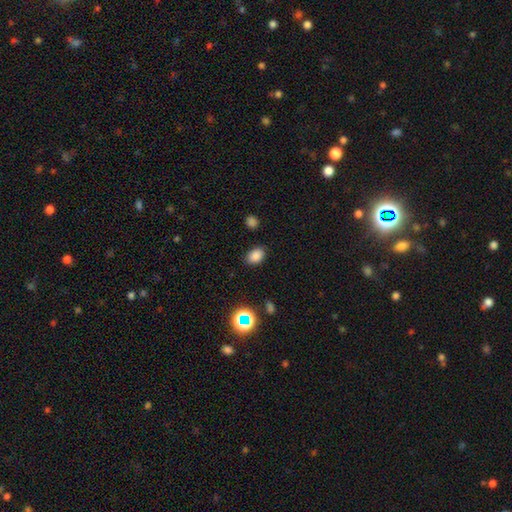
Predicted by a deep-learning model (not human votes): A smooth galaxy with no disk features (82%) that is in between round and cigar-shaped (76%).

Vote fractions:
- Smooth or featured? smooth: 82% / star or artifact: 13% / featured or disk: 4%
- How rounded? in between: 76% / round: 23% / cigar-shaped: 1%
- Merging? none: 85% / minor disturbance: 11% / major disturbance: 3% / merger: 2%